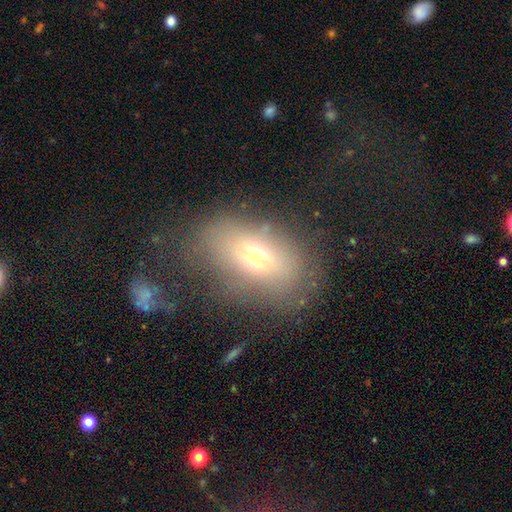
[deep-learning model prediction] Smooth or featured? smooth (59%)
How rounded? in between (84%)
Merging? none (49%)